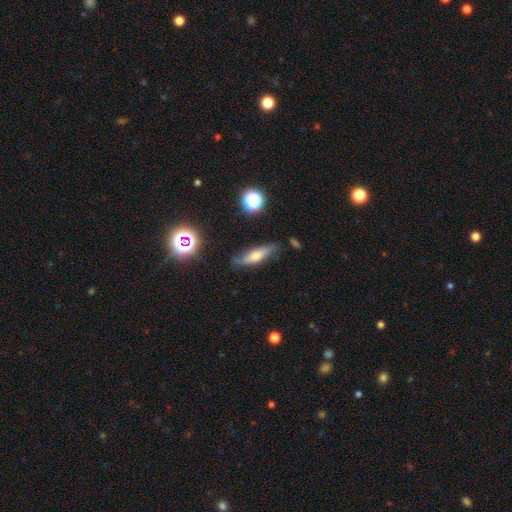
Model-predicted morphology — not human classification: This appears to be a smooth galaxy with no disk features (51%) that is cigar-shaped (66%). Merging: none (73%).